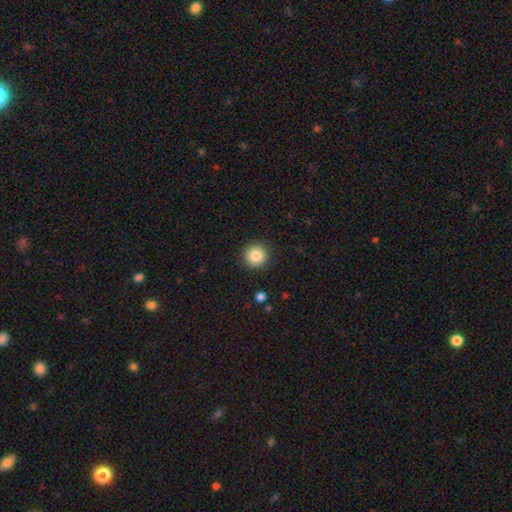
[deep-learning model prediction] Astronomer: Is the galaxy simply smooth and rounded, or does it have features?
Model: smooth — 84%.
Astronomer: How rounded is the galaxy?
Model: round — 95%.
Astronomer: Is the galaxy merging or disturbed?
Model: none — 91%.